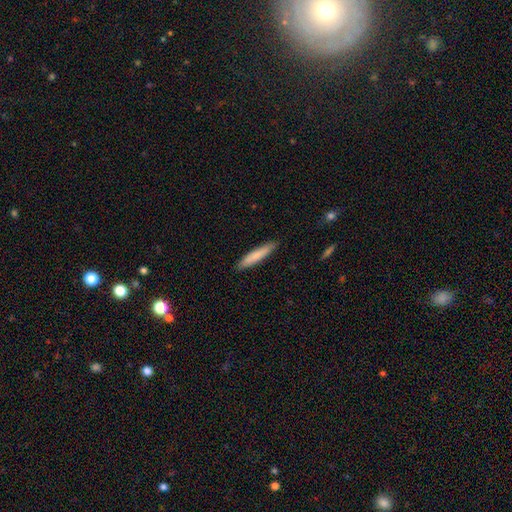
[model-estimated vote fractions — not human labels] This is likely a smooth galaxy (77%). How rounded: clearly cigar-shaped (88%). Merging: clearly none (89%).